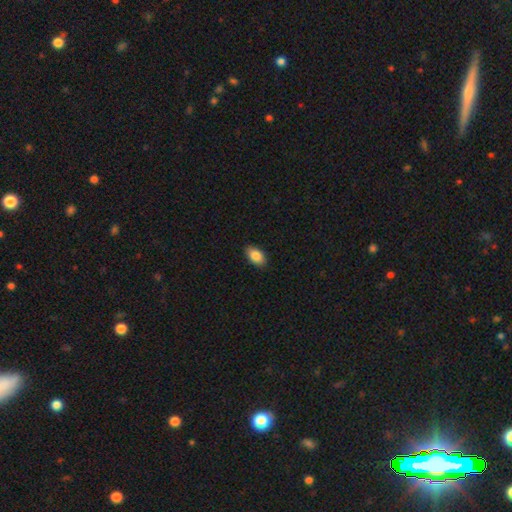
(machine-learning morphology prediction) This is clearly a smooth galaxy (86%). How rounded: clearly in between (92%). Merging: clearly none (89%).